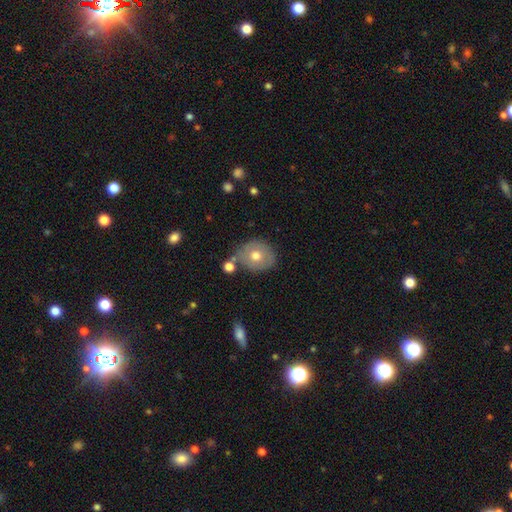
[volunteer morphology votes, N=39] Volunteers were most divided on "smooth or featured": smooth: 49%, featured or disk: 44%, star or artifact: 8%. More confident: merging — none (69%); how rounded — round (68%).